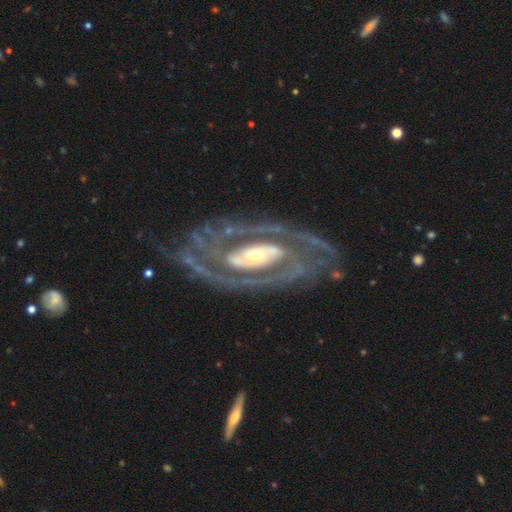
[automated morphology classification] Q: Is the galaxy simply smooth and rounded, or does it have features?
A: featured or disk — 91%.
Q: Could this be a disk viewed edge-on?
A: no — 95%.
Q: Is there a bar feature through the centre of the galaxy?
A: no — 40%.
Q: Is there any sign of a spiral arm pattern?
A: yes — 95%.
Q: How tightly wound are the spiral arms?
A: tight — 57%.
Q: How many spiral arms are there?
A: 2 — 67%.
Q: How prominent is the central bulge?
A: moderate — 48%.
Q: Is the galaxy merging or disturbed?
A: none — 72%.